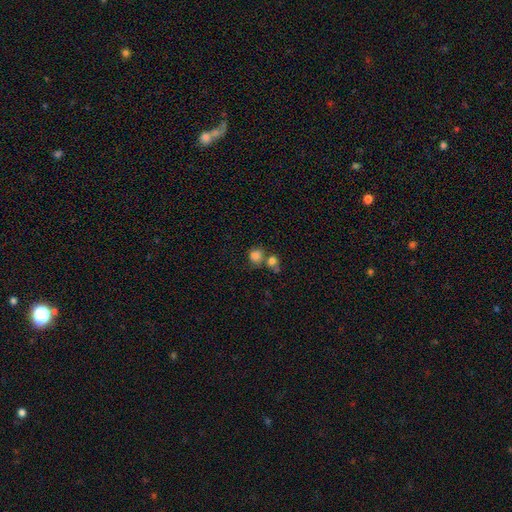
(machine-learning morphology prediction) type=smooth (82%); roundness=round (86%); merging=none (54%).